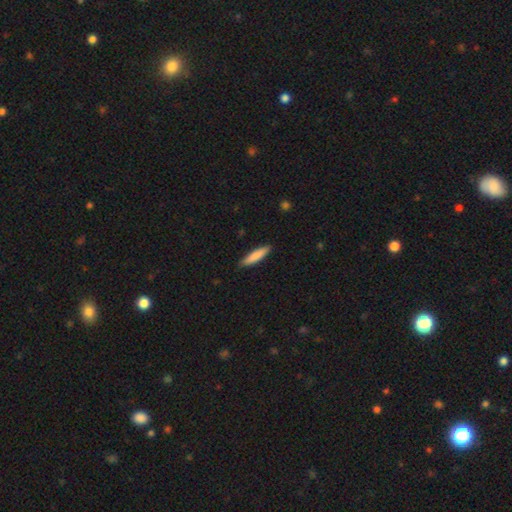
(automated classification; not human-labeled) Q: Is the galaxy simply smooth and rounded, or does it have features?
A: smooth — 83%.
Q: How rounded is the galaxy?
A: cigar-shaped — 81%.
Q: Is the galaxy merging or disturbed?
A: none — 88%.